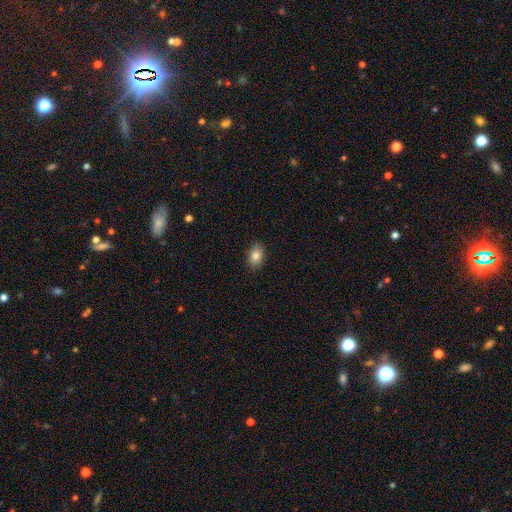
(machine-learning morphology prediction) This appears to be a smooth galaxy with no disk features (84%) that is in between round and cigar-shaped (79%). Merging: none (87%).